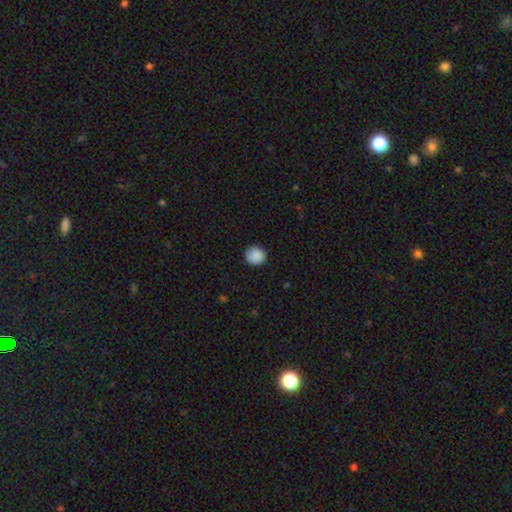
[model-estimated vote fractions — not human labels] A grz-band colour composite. It shows a smooth galaxy with no disk features (89%) that is round (88%). Merging: none (88%).